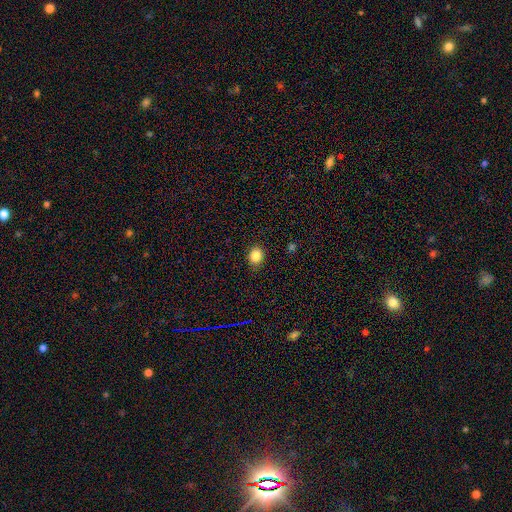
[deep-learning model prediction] This appears to be a smooth galaxy with no disk features (86%) that is round (59%). Merging: none (86%).